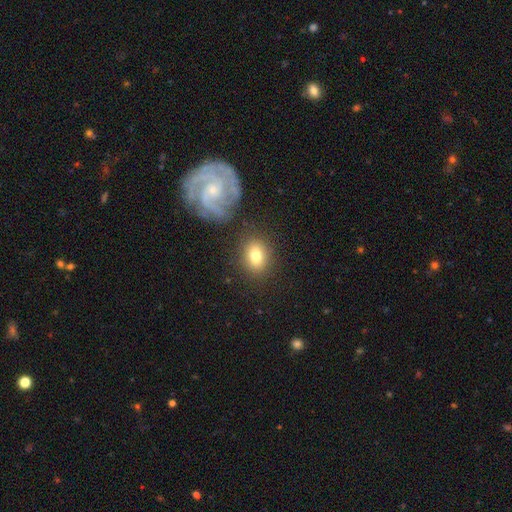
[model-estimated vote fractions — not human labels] Smooth or featured? smooth (78%)
How rounded? round (50%)
Merging? none (81%)